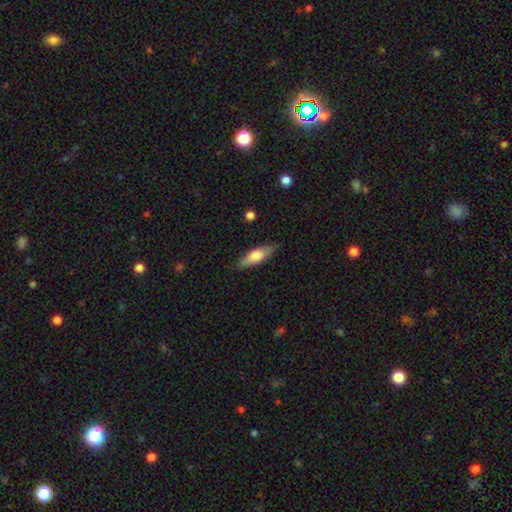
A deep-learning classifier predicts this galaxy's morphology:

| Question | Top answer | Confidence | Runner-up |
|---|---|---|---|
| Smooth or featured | smooth | 71% | featured or disk (23%) |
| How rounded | in between | 53% | cigar-shaped (45%) |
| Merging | none | 84% | minor disturbance (12%) |